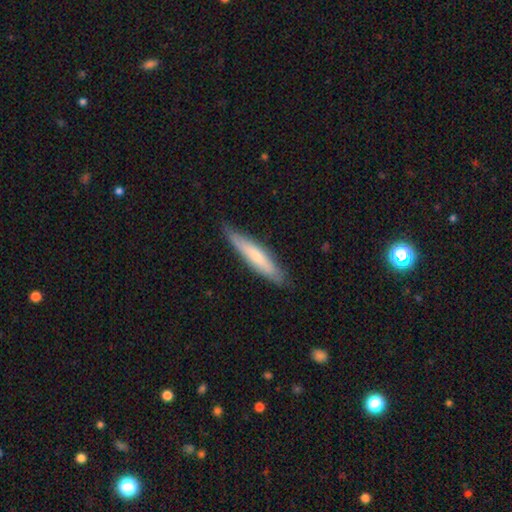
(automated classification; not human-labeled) This is likely a smooth galaxy (61%). How rounded: clearly cigar-shaped (88%). Merging: clearly none (81%).